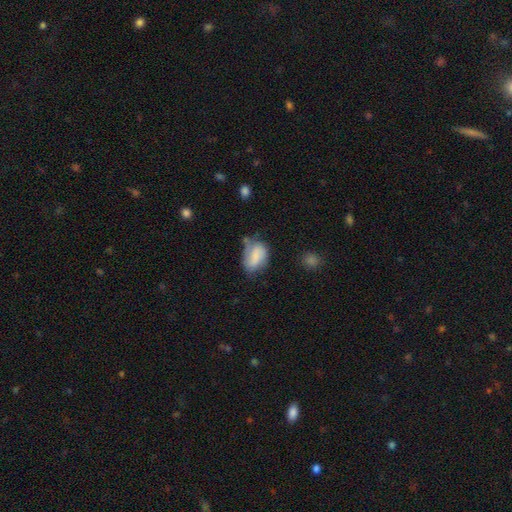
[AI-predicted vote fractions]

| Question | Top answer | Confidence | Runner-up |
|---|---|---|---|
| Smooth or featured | smooth | 67% | featured or disk (25%) |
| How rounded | in between | 84% | round (14%) |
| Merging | none | 43% | minor disturbance (34%) |